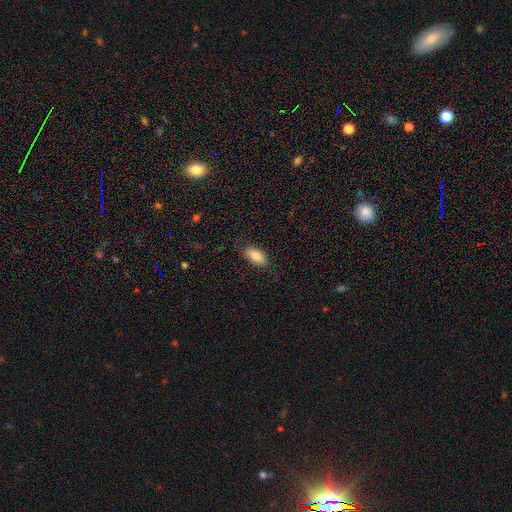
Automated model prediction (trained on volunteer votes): smooth 84%, featured or disk 9%, star or artifact 7%. Down the decision tree: how rounded — in between (92%); merging — none (79%).